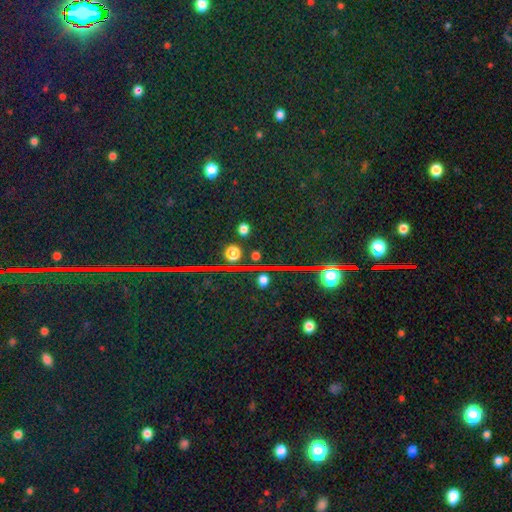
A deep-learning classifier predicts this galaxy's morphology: Smooth or featured? star or artifact (75%)